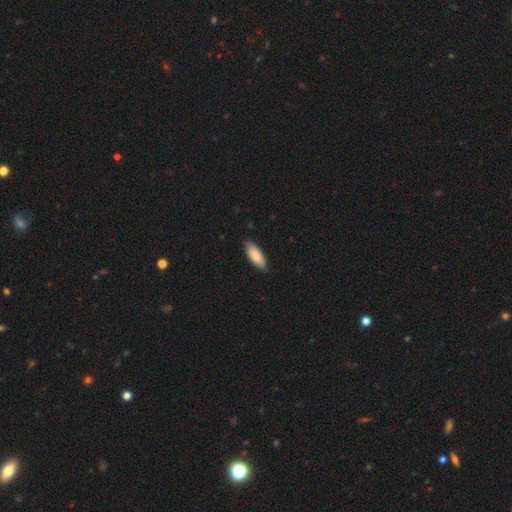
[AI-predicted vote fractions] A smooth galaxy with no disk features (79%) that is in between round and cigar-shaped (74%).

Vote fractions:
- Smooth or featured? smooth: 79% / featured or disk: 15% / star or artifact: 6%
- How rounded? in between: 74% / cigar-shaped: 24% / round: 2%
- Merging? none: 81% / minor disturbance: 16% / major disturbance: 2% / merger: 1%